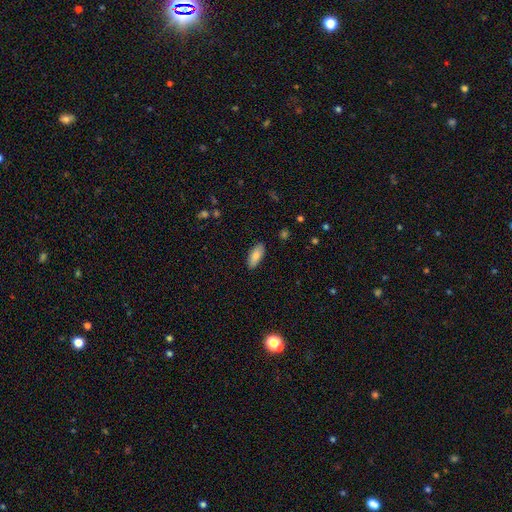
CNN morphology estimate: The model was most divided on "how rounded": in between: 84%, cigar-shaped: 14%, round: 2%. More confident: merging — none (87%); smooth or featured — smooth (84%).